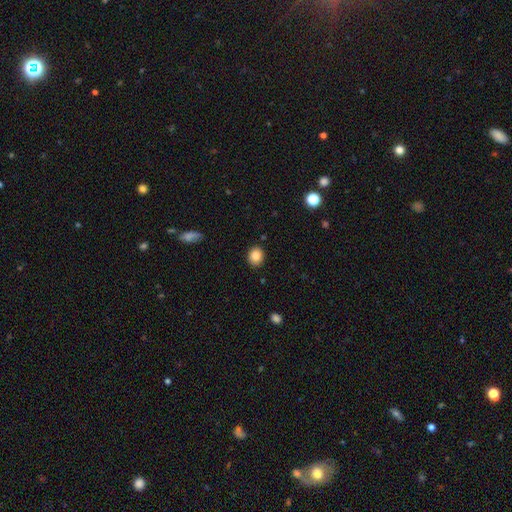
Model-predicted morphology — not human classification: This is clearly a smooth galaxy (85%). How rounded: likely round (72%). Merging: clearly none (89%).